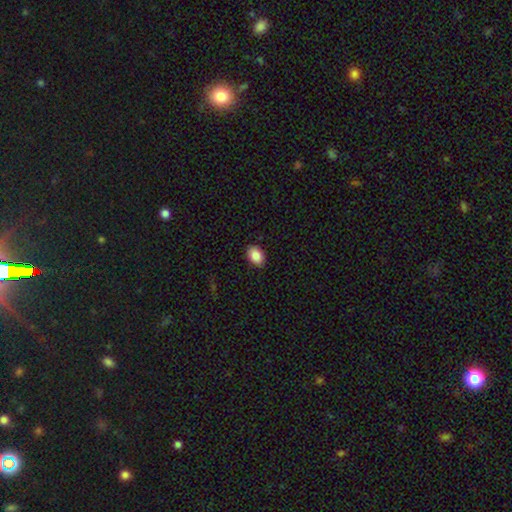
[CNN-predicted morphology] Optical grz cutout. It shows a smooth galaxy with no disk features (86%) that is in between round and cigar-shaped (83%). Merging: none (88%).